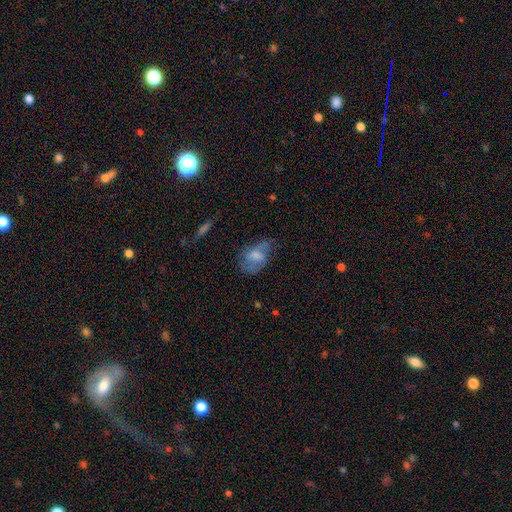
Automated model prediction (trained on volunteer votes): Overall: smooth (61%; featured or disk 29%). How rounded: in between (79%). Merging: none (39%; minor disturbance 32%).